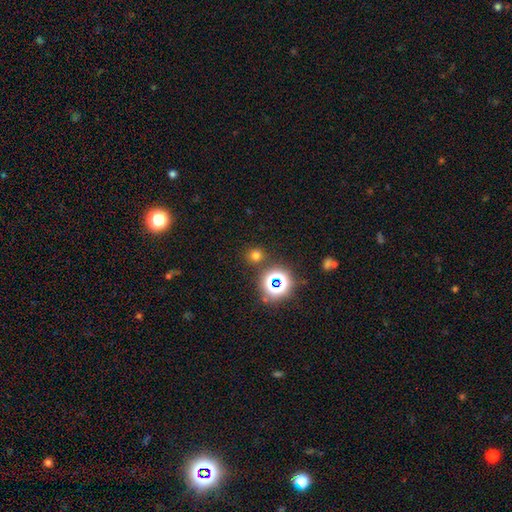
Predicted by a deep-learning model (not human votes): smooth 66%, star or artifact 28%, featured or disk 6%. Down the decision tree: how rounded — round (89%); merging — none (84%).